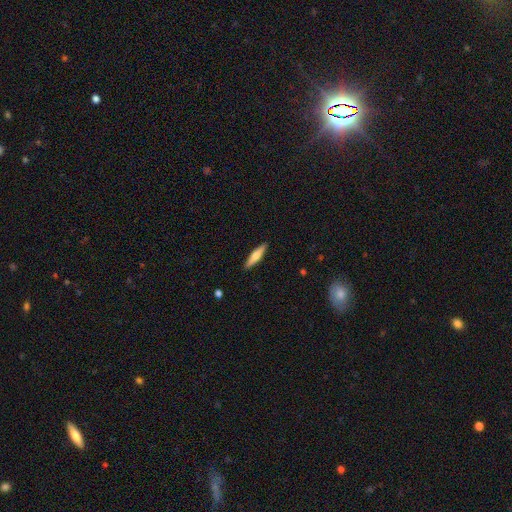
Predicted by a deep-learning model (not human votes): Smooth or featured: smooth — 54% (featured or disk — 40%)
How rounded: cigar-shaped — 82% (in between — 17%)
Merging: none — 90% (minor disturbance — 7%)